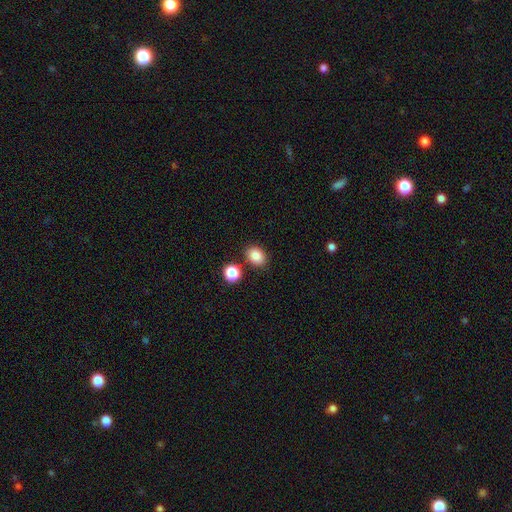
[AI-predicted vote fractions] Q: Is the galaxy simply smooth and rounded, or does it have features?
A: smooth — 85%.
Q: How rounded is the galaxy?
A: in between — 64%.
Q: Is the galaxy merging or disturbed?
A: none — 81%.